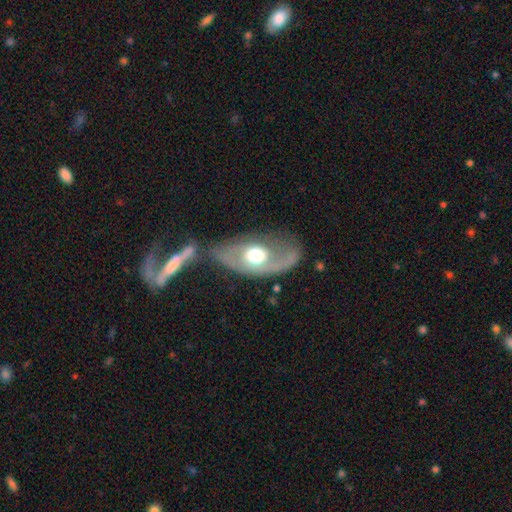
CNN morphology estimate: Smooth or featured? featured or disk (71%)
Edge-on disk? no (90%)
Bar? no (76%)
Spiral arms? yes (70%)
Bulge size? moderate (56%)
Merging? none (55%)